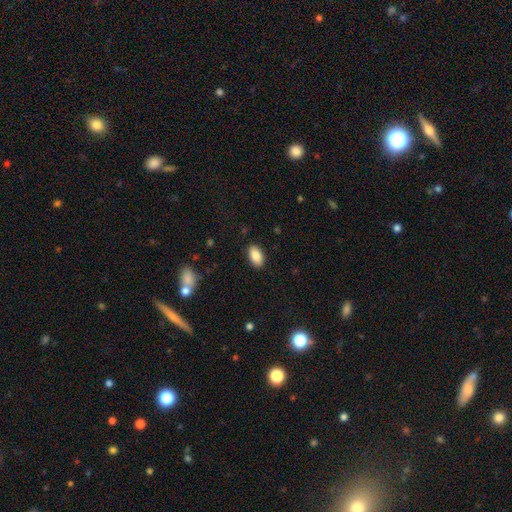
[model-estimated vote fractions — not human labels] smooth 87%, star or artifact 7%, featured or disk 6%. Down the decision tree: how rounded — in between (94%); merging — none (89%).